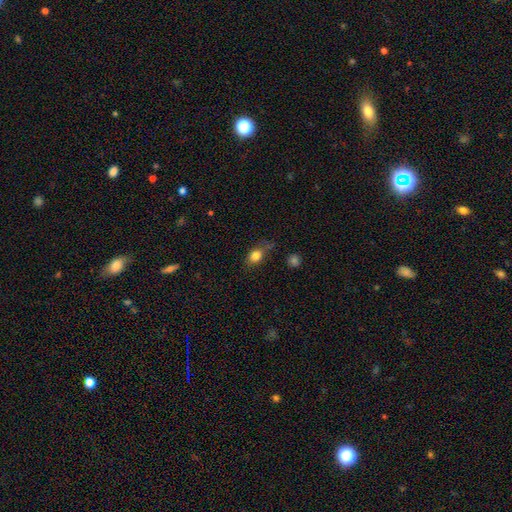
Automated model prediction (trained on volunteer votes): smooth_or_featured: smooth (p=0.81) [alt: star or artifact p=0.10]
how_rounded: in between (p=0.63) [alt: round p=0.33]
merging: none (p=0.58) [alt: minor disturbance p=0.27]